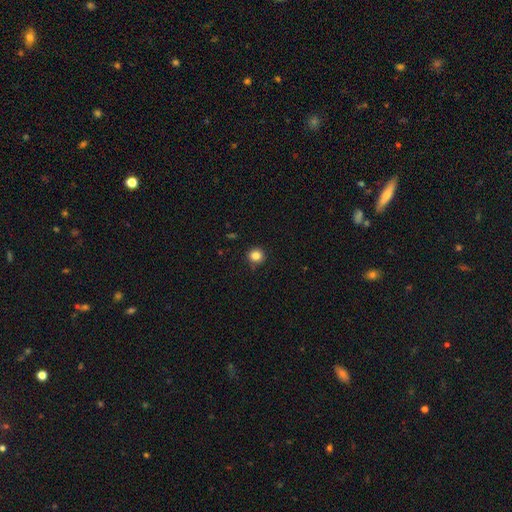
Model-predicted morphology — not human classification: smooth_or_featured: smooth (p=0.84) [alt: star or artifact p=0.11]
how_rounded: round (p=0.92) [alt: in between p=0.07]
merging: none (p=0.89) [alt: minor disturbance p=0.07]